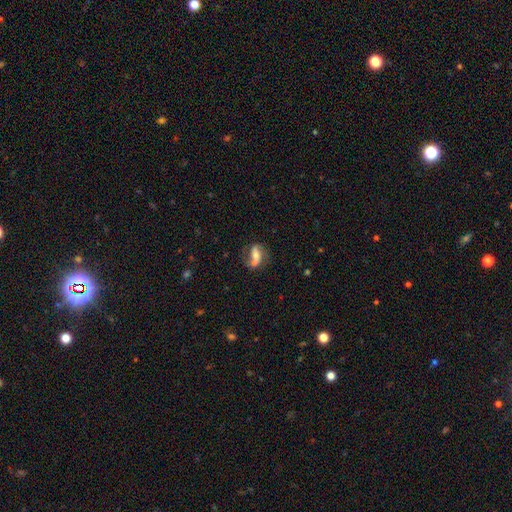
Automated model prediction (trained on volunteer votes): This appears to be a featured or disk galaxy (57%) with no bar (40%), spiral arms (75%) and a moderate central bulge (56%). Merging: none (43%).